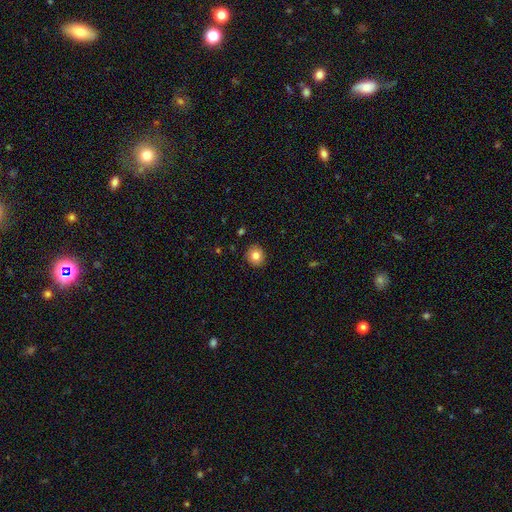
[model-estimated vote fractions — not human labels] smooth_or_featured: smooth (p=0.81) [alt: star or artifact p=0.10]
how_rounded: round (p=0.87) [alt: in between p=0.12]
merging: none (p=0.91) [alt: minor disturbance p=0.06]